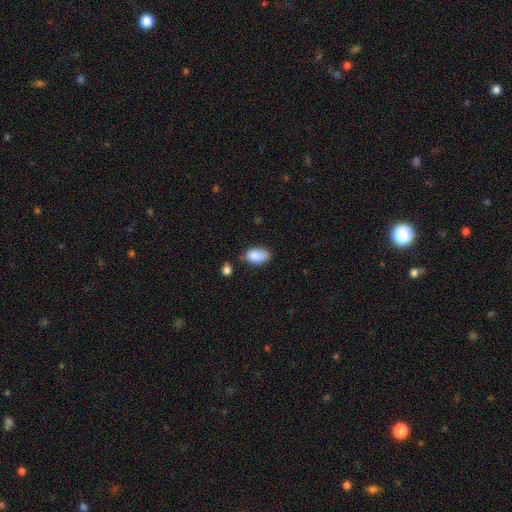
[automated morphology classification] Overall: smooth (86%). How rounded: in between (92%). Merging: none (60%; minor disturbance 29%).